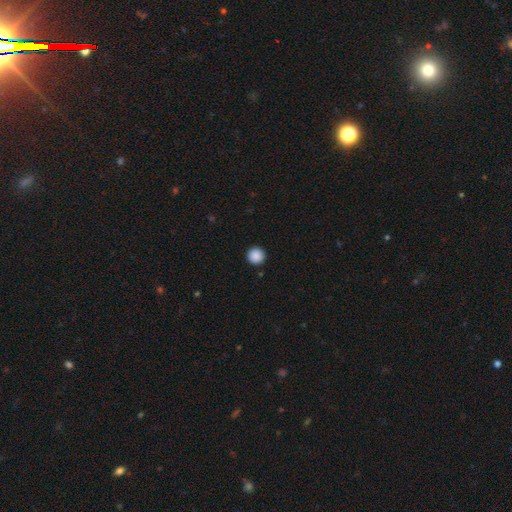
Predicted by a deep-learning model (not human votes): Smooth or featured: smooth — 89% (star or artifact — 9%)
How rounded: round — 96% (in between — 3%)
Merging: none — 93% (minor disturbance — 4%)